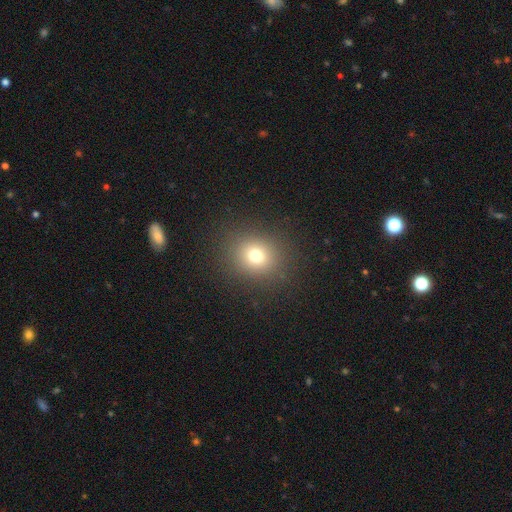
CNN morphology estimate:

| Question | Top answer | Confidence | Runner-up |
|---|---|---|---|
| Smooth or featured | smooth | 74% | star or artifact (17%) |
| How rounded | round | 78% | in between (21%) |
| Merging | none | 88% | minor disturbance (7%) |